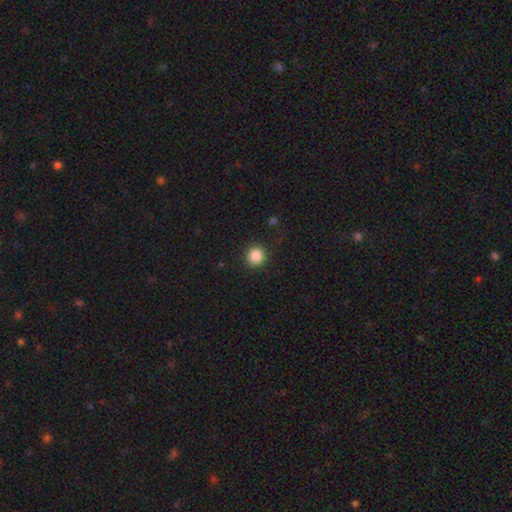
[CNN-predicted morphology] A smooth galaxy with no disk features (86%) that is round (89%). Merging: none (89%).